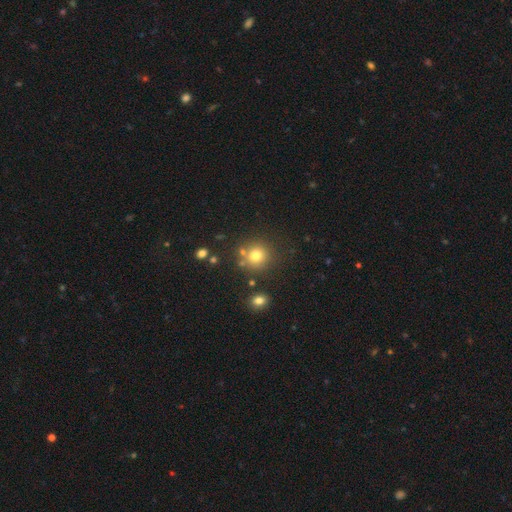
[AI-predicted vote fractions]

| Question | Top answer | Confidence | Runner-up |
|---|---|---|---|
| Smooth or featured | smooth | 77% | star or artifact (14%) |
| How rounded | round | 91% | in between (8%) |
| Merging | none | 77% | merger (10%) |